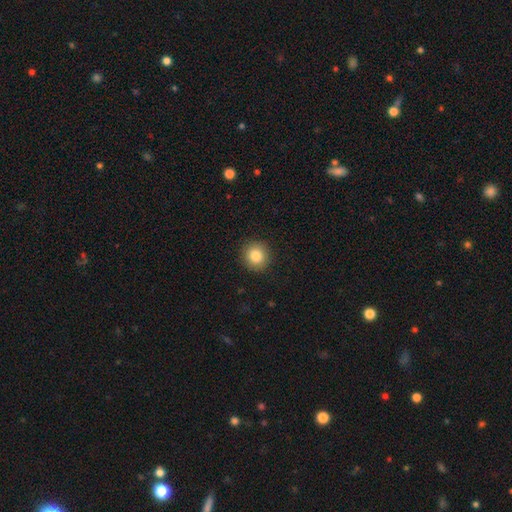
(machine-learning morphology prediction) type=smooth (84%); roundness=round (90%); merging=none (91%).